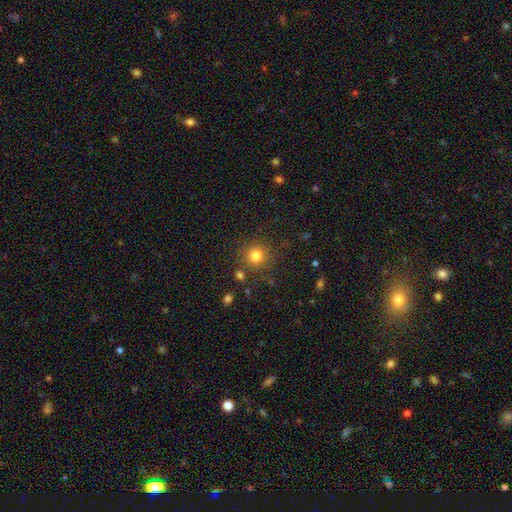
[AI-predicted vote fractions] Smooth or featured: smooth — 81% (star or artifact — 13%)
How rounded: round — 94% (in between — 5%)
Merging: none — 86% (minor disturbance — 8%)